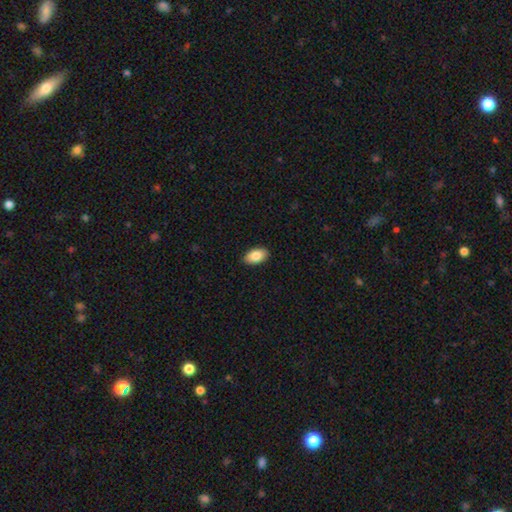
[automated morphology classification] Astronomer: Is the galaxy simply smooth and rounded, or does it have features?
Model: smooth — 85%.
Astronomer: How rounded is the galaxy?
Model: in between — 93%.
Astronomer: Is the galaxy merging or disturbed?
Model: none — 89%.